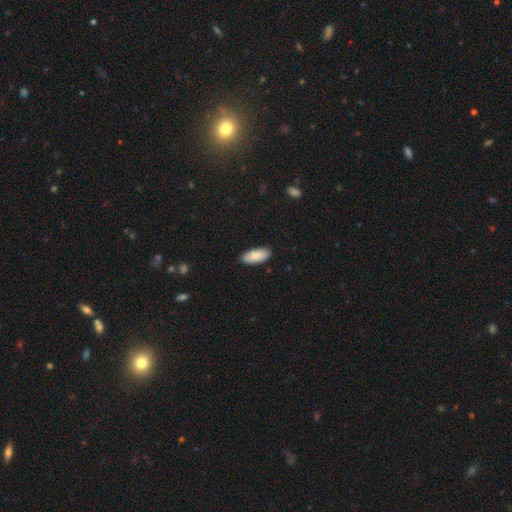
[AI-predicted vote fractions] Morphology: type=smooth (88%); roundness=in between (88%); merging=none (88%).